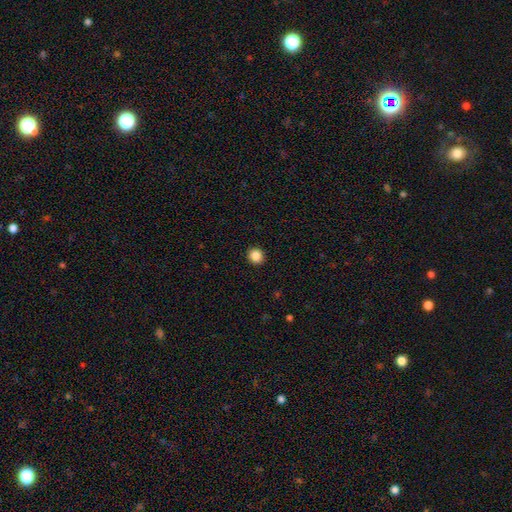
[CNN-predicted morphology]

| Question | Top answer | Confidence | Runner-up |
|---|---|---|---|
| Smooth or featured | smooth | 87% | star or artifact (10%) |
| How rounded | round | 89% | in between (10%) |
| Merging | none | 93% | minor disturbance (4%) |